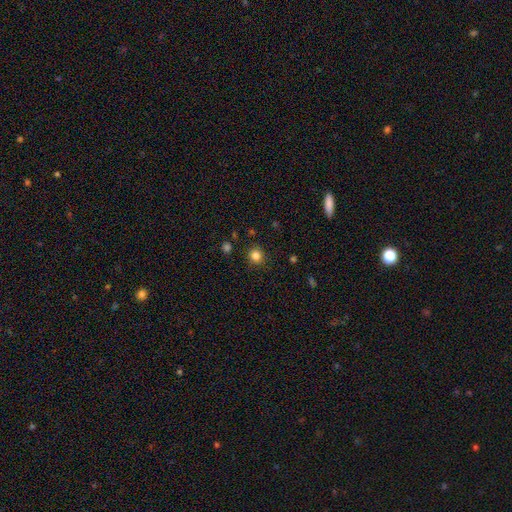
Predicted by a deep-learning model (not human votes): Smooth or featured? smooth (83%)
How rounded? round (90%)
Merging? none (89%)